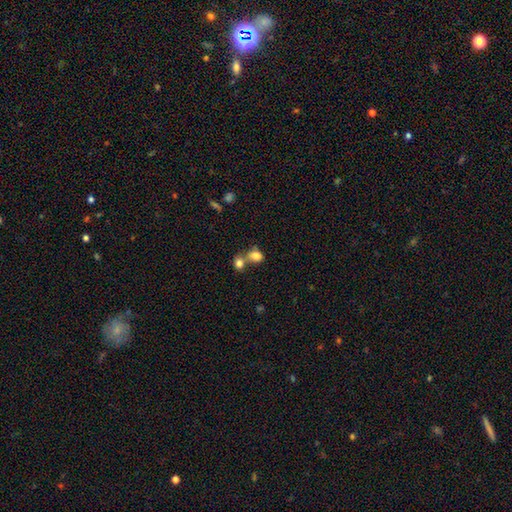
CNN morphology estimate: Smooth or featured: smooth — 80% (star or artifact — 11%)
How rounded: in between — 52% (round — 46%)
Merging: merger — 53% (none — 33%)